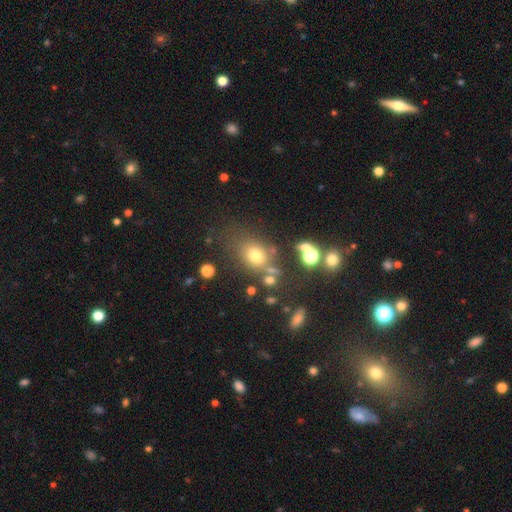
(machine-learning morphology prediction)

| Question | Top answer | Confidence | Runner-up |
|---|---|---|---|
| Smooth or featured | smooth | 69% | star or artifact (20%) |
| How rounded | round | 53% | in between (45%) |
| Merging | none | 64% | minor disturbance (16%) |